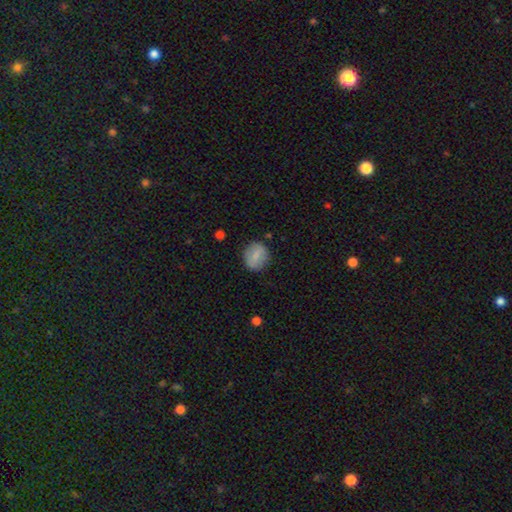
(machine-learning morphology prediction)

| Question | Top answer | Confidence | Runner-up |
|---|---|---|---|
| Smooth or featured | smooth | 78% | featured or disk (15%) |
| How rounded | round | 64% | in between (34%) |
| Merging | none | 81% | minor disturbance (14%) |